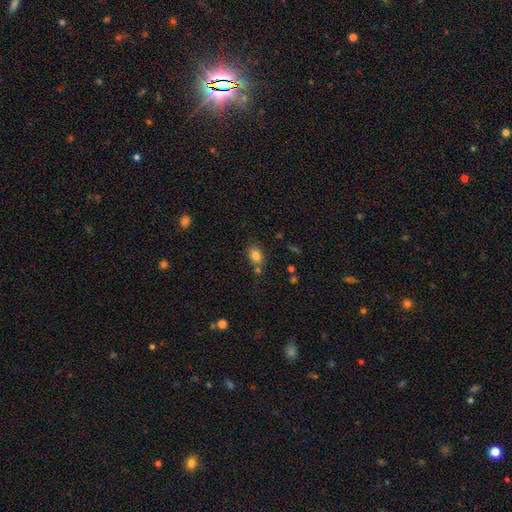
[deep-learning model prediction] Morphology: type=smooth (82%); roundness=in between (75%); merging=none (63%).